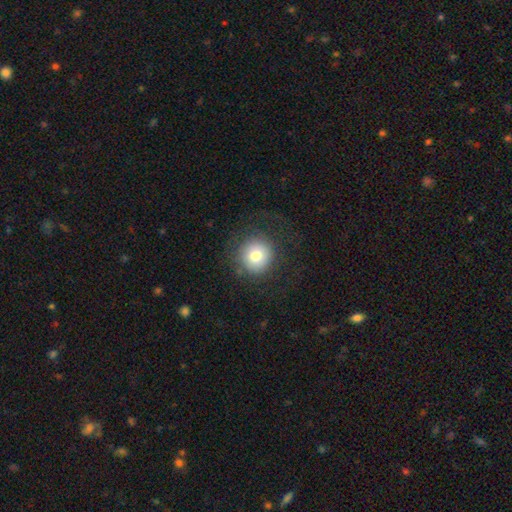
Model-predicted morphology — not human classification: smooth 75%, featured or disk 15%, star or artifact 11%. Down the decision tree: how rounded — round (94%); merging — none (79%).